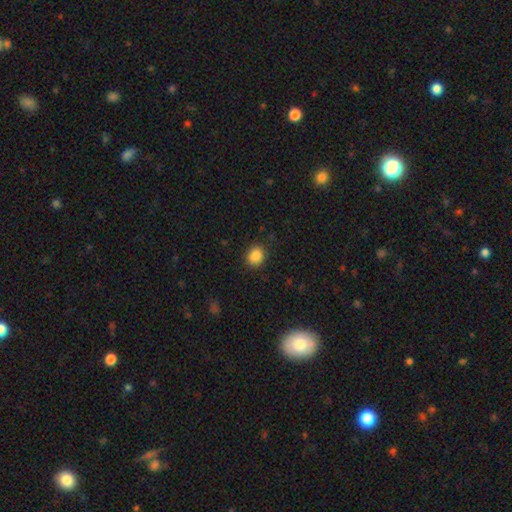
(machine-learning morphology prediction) This appears to be a smooth galaxy with no disk features (86%) that is round (71%). Merging: none (88%).